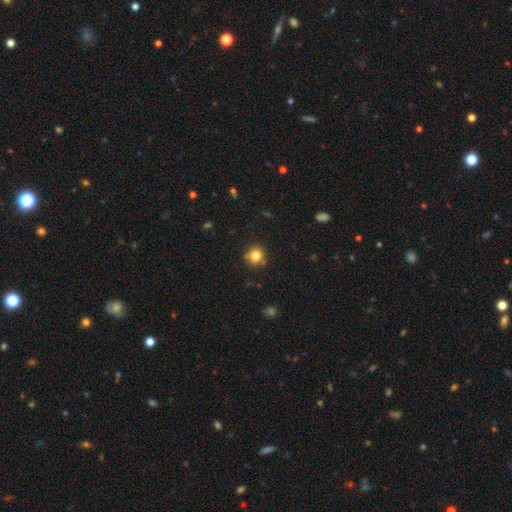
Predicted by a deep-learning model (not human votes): This is clearly a smooth galaxy (82%). How rounded: clearly round (91%). Merging: clearly none (84%).